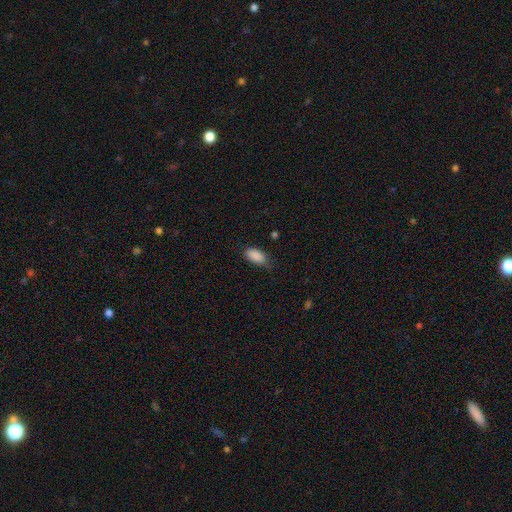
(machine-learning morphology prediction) smooth 89%, star or artifact 8%, featured or disk 4%. Down the decision tree: how rounded — in between (93%); merging — none (68%).